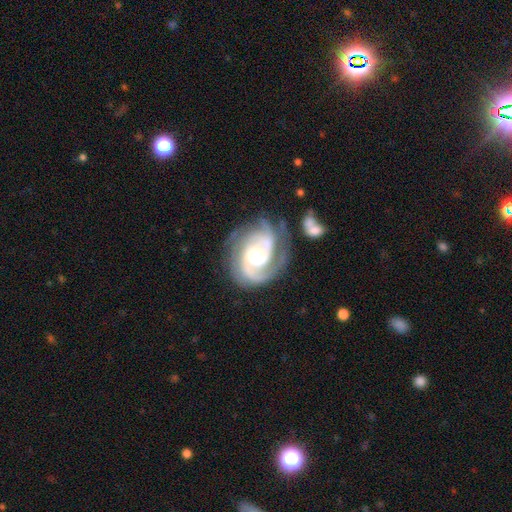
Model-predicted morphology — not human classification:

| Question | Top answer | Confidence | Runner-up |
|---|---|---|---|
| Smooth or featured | featured or disk | 91% | smooth (5%) |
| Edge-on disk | no | 98% | yes (2%) |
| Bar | weak | 45% | no (42%) |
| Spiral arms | yes | 98% | no (2%) |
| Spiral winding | medium | 45% | tight (44%) |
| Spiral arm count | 2 | 56% | 3 (20%) |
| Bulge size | moderate | 67% | small (16%) |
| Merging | none | 59% | minor disturbance (20%) |